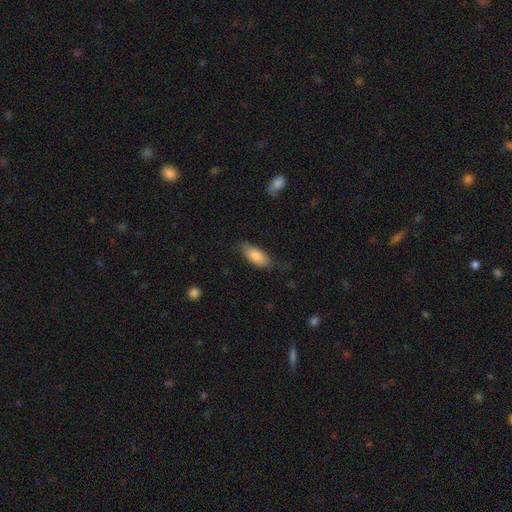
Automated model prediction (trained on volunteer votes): Morphology: type=smooth (83%); roundness=in between (83%); merging=none (72%).